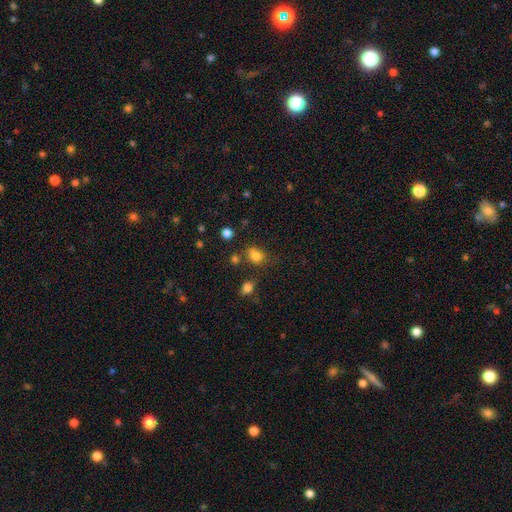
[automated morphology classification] Smooth or featured?
  - smooth: 80% *
  - star or artifact: 13%
  - featured or disk: 7%
How rounded?
  - in between: 61% *
  - round: 37%
  - cigar-shaped: 1%
Merging?
  - none: 57% *
  - minor disturbance: 25%
  - merger: 9%
  - major disturbance: 9%